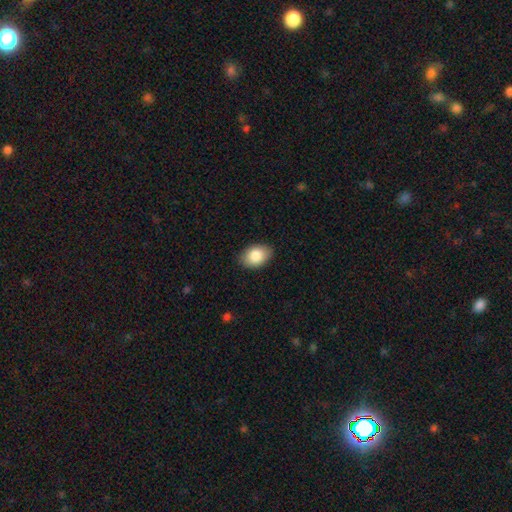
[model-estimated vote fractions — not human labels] smooth 86%, featured or disk 8%, star or artifact 7%. Down the decision tree: how rounded — in between (84%); merging — none (86%).